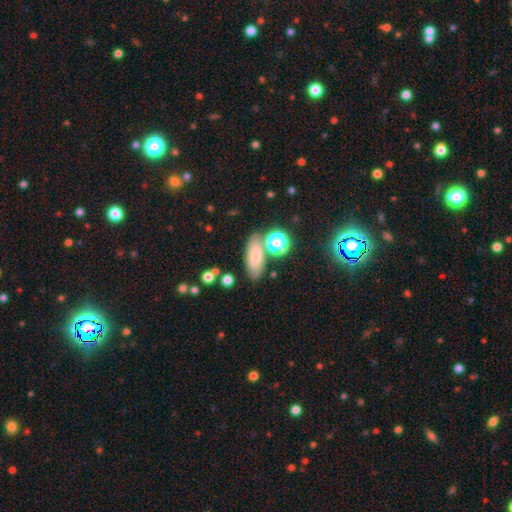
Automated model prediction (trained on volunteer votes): Smooth or featured: smooth — 71% (featured or disk — 16%)
How rounded: in between — 71% (cigar-shaped — 20%)
Merging: none — 67% (minor disturbance — 15%)